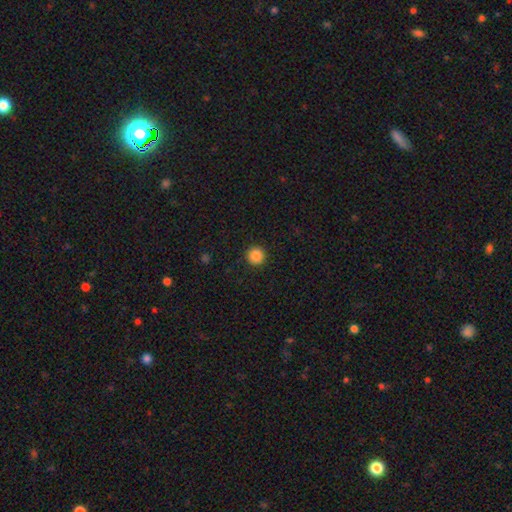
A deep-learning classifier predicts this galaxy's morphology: Q: Smooth or featured?
A: smooth (86%); runner-up: star or artifact (10%)
Q: How rounded?
A: round (96%); runner-up: in between (3%)
Q: Merging?
A: none (92%); runner-up: minor disturbance (5%)